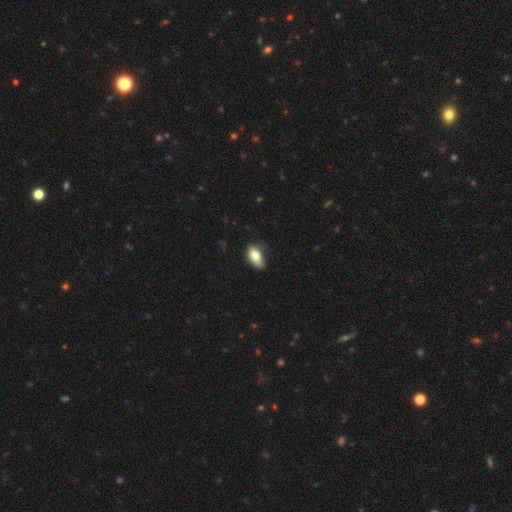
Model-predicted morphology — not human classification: Overall: smooth (77%). How rounded: in between (89%). Merging: none (55%; minor disturbance 34%).